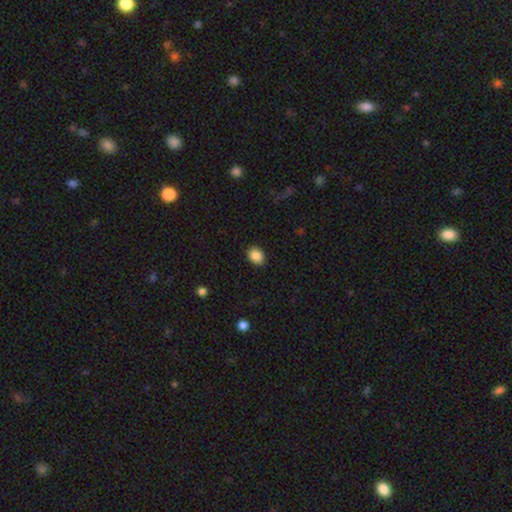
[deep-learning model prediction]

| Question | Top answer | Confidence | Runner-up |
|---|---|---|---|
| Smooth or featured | smooth | 87% | star or artifact (8%) |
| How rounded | in between | 64% | round (35%) |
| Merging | none | 89% | minor disturbance (8%) |